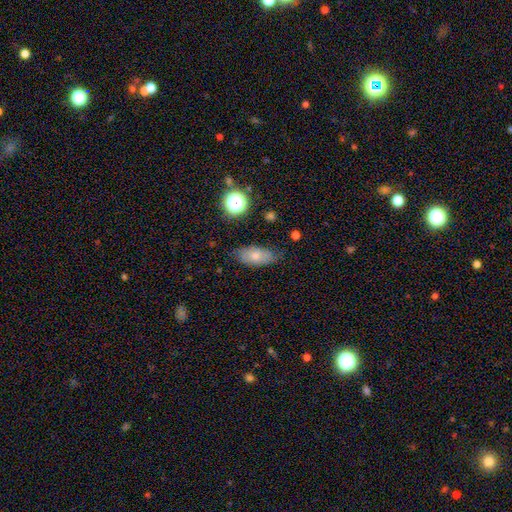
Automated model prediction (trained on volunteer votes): A smooth galaxy with no disk features (70%) that is in between round and cigar-shaped (88%). Merging: none (72%).